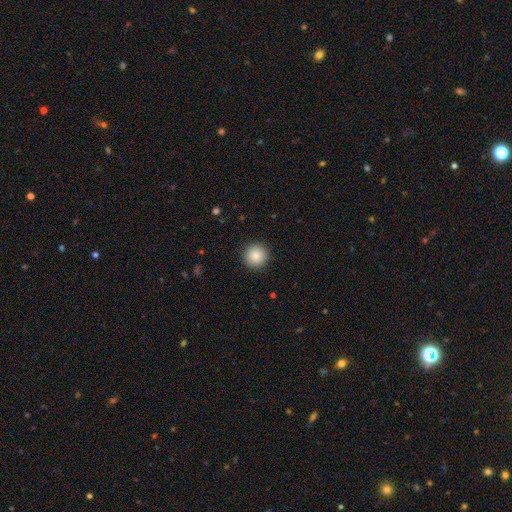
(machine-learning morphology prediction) smooth-or-featured: smooth: 87% | star or artifact: 9% | featured or disk: 4%
  how-rounded: round: 96% | in between: 3% | cigar-shaped: 1%
  merging: none: 92% | minor disturbance: 5% | major disturbance: 2% | merger: 1%